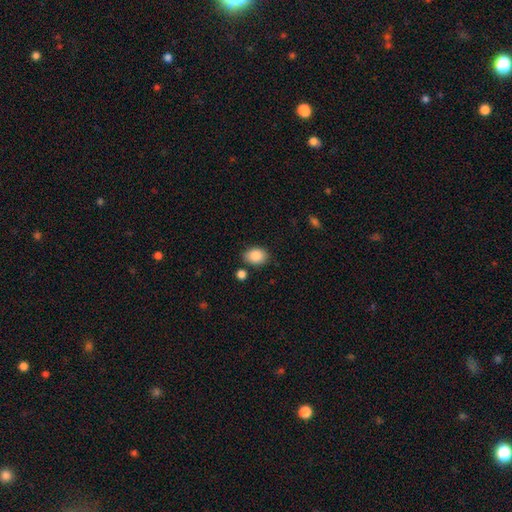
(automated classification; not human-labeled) Overall: smooth (88%). How rounded: in between (70%). Merging: none (78%).